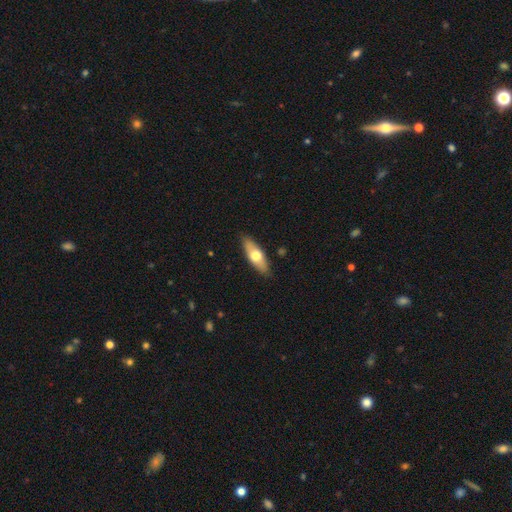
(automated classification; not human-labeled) A smooth galaxy with no disk features (58%) that is in between round and cigar-shaped (66%). Merging: none (86%).